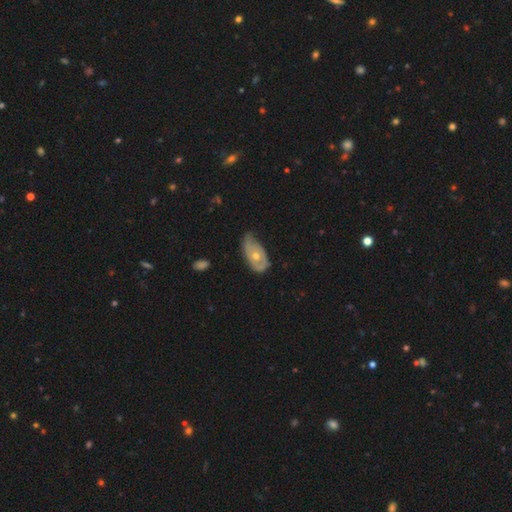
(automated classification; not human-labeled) smooth-or-featured: featured or disk: 56% | smooth: 38% | star or artifact: 5%
  disk-edge-on: no: 91% | yes: 9%
    bar: no: 88% | weak: 10% | strong: 2%
    has-spiral-arms: no: 58% | yes: 42%
    bulge-size: moderate: 69% | small: 26% | large: 3% | none: 1% | dominant: 1%
  merging: minor disturbance: 47% | none: 33% | major disturbance: 18% | merger: 2%